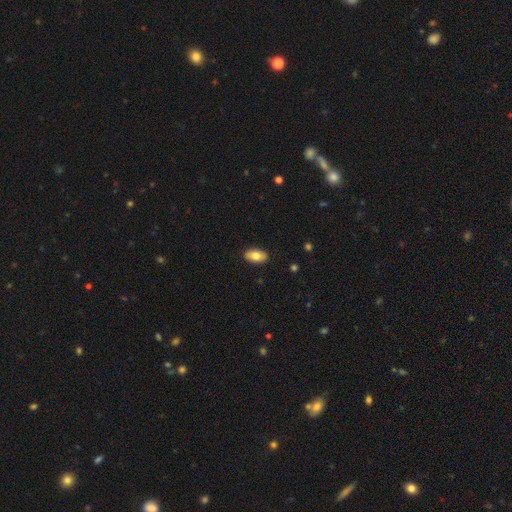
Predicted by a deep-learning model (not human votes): Morphology: type=smooth (79%); roundness=in between (93%); merging=none (89%).